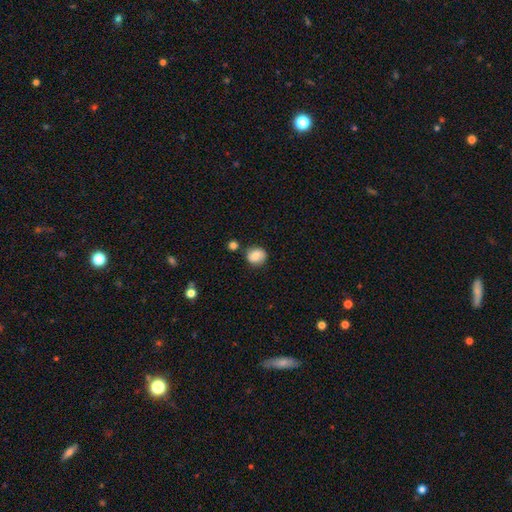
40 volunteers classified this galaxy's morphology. Q: Smooth or featured?
A: smooth (85%); runner-up: featured or disk (10%)
Q: How rounded?
A: round (62%); runner-up: in between (38%)
Q: Merging?
A: none (68%); runner-up: minor disturbance (26%)